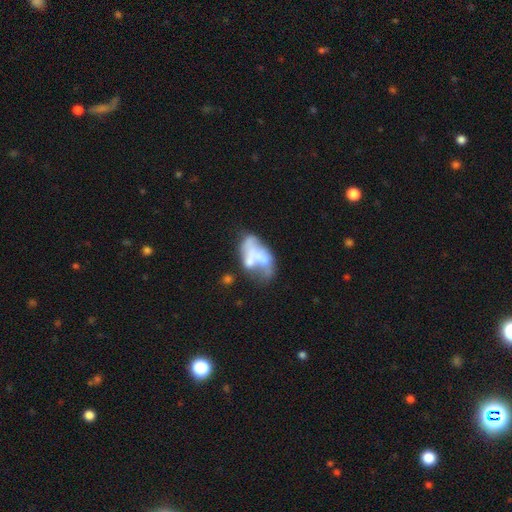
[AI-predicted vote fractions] This is possibly a featured or disk galaxy (55%). It is clearly not viewed edge-on (96%). Bar: clearly no (82%). Spiral arm pattern: clearly no (83%). Central bulge: marginally none (45%). Merging: marginally merger (39%).